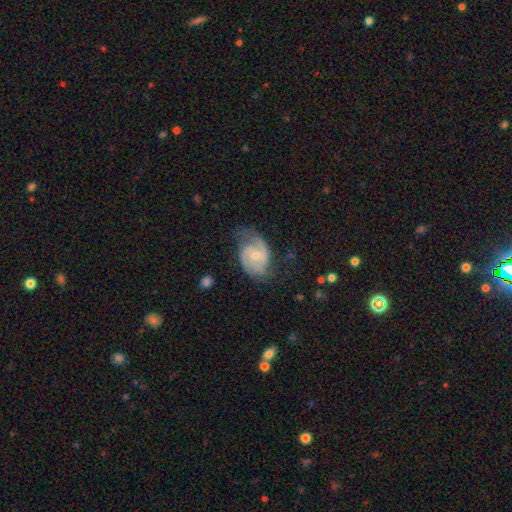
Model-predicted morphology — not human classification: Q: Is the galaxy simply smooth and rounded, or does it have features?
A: featured or disk — 79%.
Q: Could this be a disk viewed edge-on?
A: no — 97%.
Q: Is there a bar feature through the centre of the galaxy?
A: no — 60%.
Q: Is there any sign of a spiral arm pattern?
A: yes — 93%.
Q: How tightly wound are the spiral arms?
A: medium — 46%.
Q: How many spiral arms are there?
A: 2 — 75%.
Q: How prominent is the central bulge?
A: small — 48%, tied with moderate.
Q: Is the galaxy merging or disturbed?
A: none — 55%.